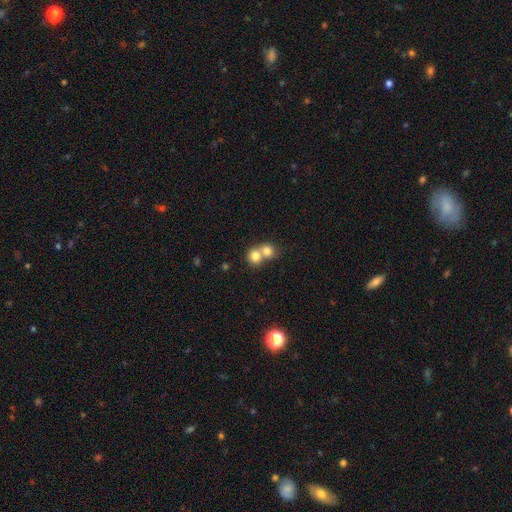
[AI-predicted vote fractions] smooth_or_featured: smooth (p=0.78) [alt: featured or disk p=0.12]
how_rounded: round (p=0.78) [alt: in between p=0.21]
merging: merger (p=0.65) [alt: none p=0.28]